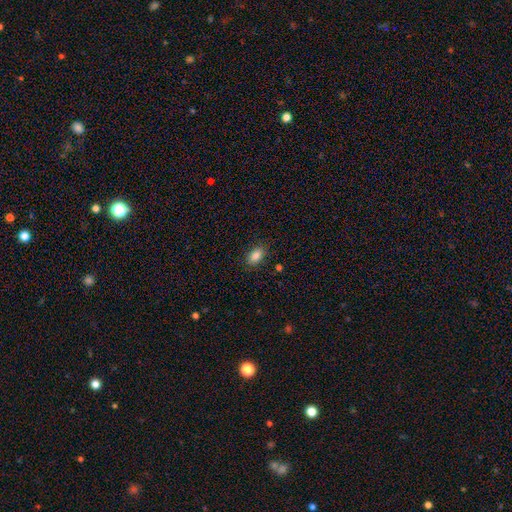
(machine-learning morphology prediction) smooth-or-featured: smooth: 87% | star or artifact: 9% | featured or disk: 5%
  how-rounded: in between: 88% | round: 9% | cigar-shaped: 2%
  merging: none: 85% | minor disturbance: 11% | major disturbance: 3% | merger: 1%